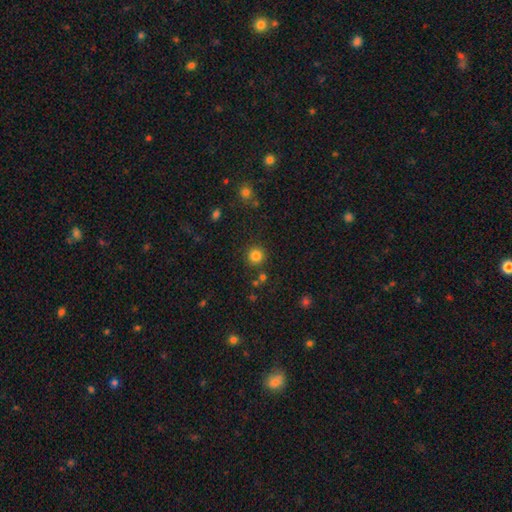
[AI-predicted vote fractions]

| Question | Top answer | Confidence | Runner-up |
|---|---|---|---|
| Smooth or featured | smooth | 83% | star or artifact (13%) |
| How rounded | round | 94% | in between (5%) |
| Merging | none | 87% | minor disturbance (7%) |